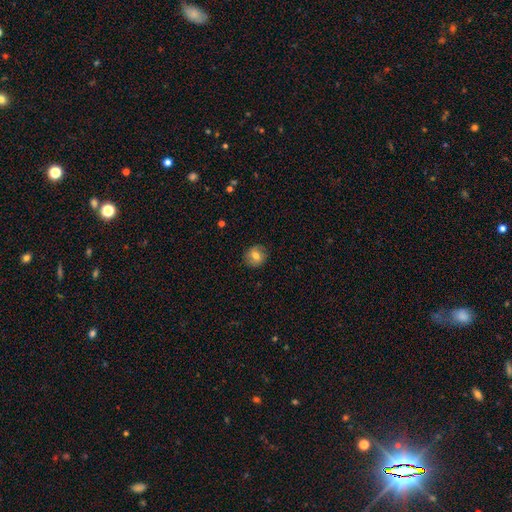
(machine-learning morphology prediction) The model was most divided on "smooth or featured": smooth: 70%, featured or disk: 21%, star or artifact: 9%. More confident: merging — none (85%); how rounded — round (83%).